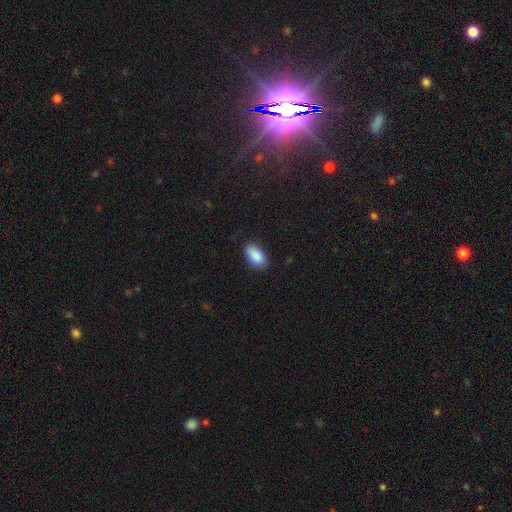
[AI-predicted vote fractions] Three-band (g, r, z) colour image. It shows a smooth galaxy with no disk features (89%) that is in between round and cigar-shaped (94%). Merging: none (82%).